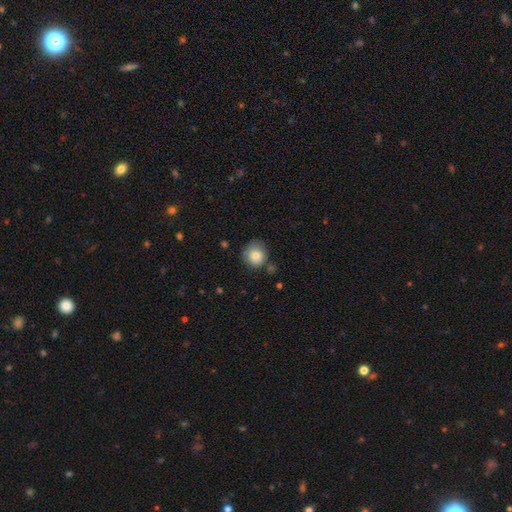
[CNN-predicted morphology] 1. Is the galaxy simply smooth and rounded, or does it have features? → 81% smooth, 10% featured or disk, 9% star or artifact.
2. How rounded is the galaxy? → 83% round, 16% in between, 1% cigar-shaped.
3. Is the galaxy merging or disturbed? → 70% none, 21% minor disturbance, 5% major disturbance, 5% merger.